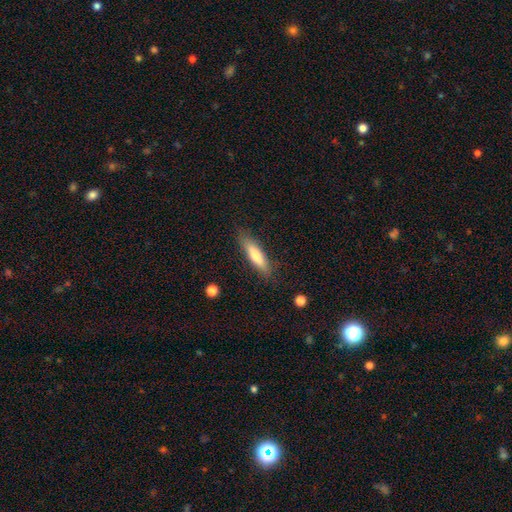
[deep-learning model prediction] Smooth or featured? Predicted: smooth (p=0.69). How rounded? Predicted: cigar-shaped (p=0.74). Merging? Predicted: none (p=0.85).